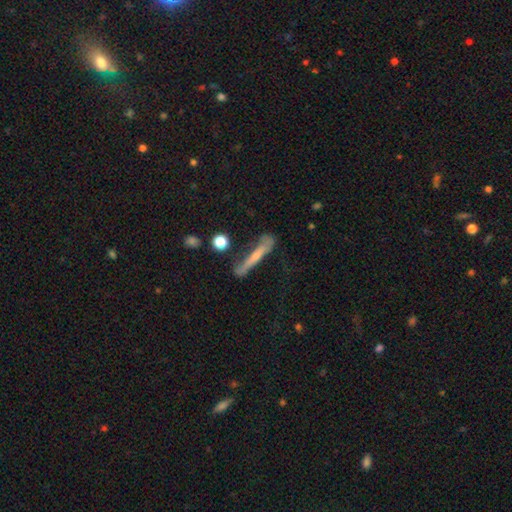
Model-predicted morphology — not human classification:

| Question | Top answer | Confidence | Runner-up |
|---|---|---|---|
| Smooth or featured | featured or disk | 50% | smooth (41%) |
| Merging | none | 58% | minor disturbance (24%) |